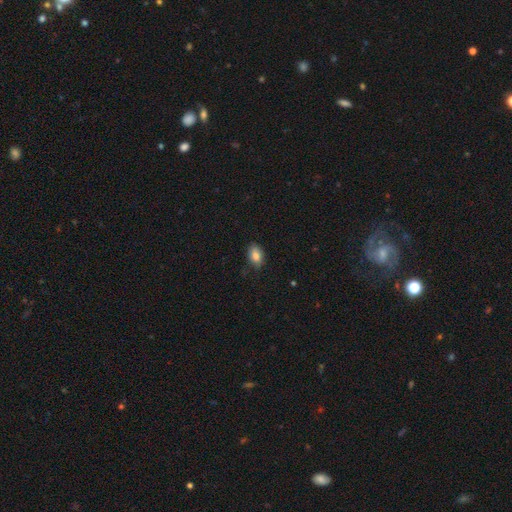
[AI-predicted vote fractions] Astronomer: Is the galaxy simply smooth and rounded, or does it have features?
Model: smooth — 82%.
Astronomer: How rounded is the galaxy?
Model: in between — 84%.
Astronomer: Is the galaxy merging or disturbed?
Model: none — 74%.